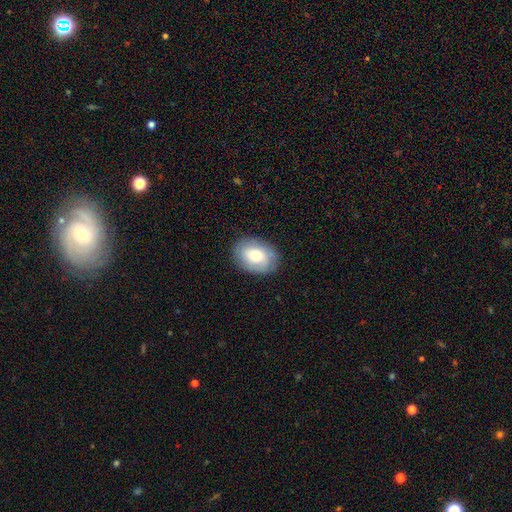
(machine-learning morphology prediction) Smooth or featured? smooth (65%)
How rounded? in between (77%)
Merging? none (83%)